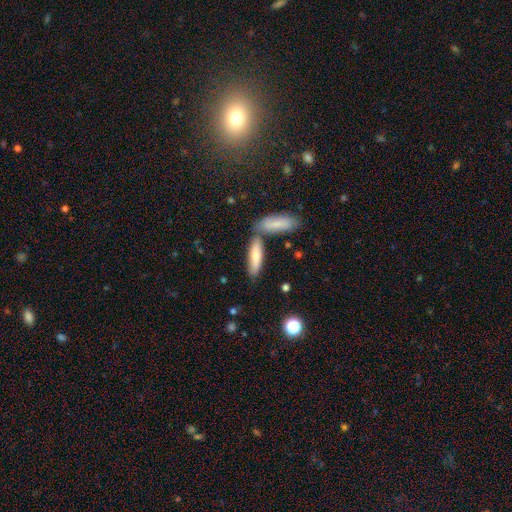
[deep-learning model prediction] The model was most divided on "how rounded": cigar-shaped: 61%, in between: 37%, round: 2%. More confident: smooth or featured — smooth (73%); merging — none (58%).